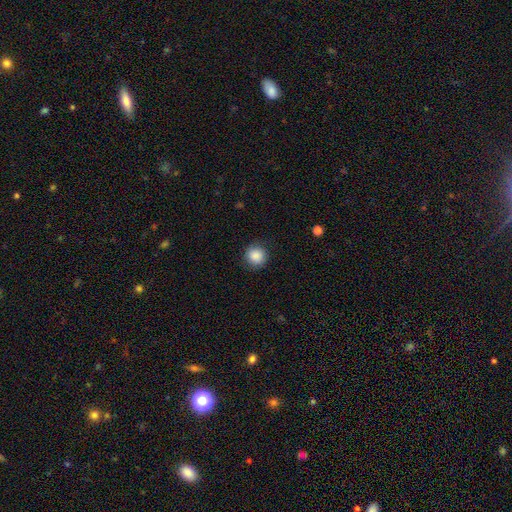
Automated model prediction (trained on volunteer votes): This appears to be a smooth galaxy with no disk features (88%) that is round (93%). Merging: none (87%).